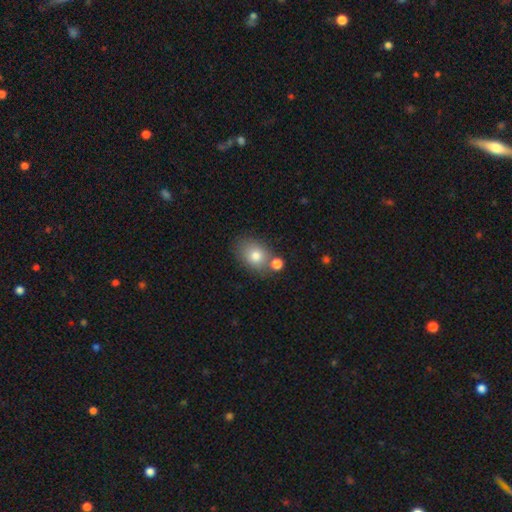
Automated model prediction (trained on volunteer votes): The model was most divided on "how rounded": in between: 67%, round: 32%, cigar-shaped: 1%. More confident: smooth or featured — smooth (78%); merging — none (65%).